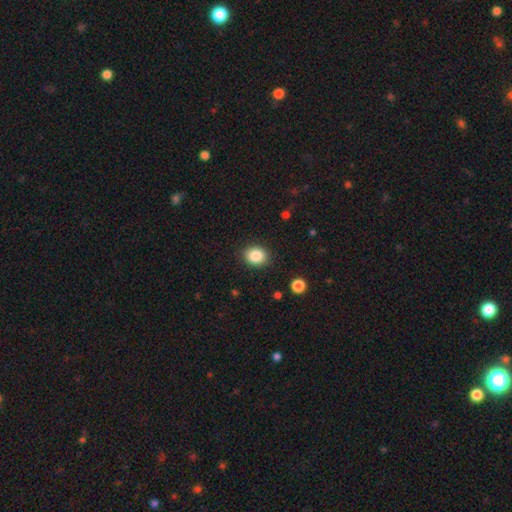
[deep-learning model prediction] A smooth galaxy with no disk features (87%) that is round (60%). Merging: none (88%).